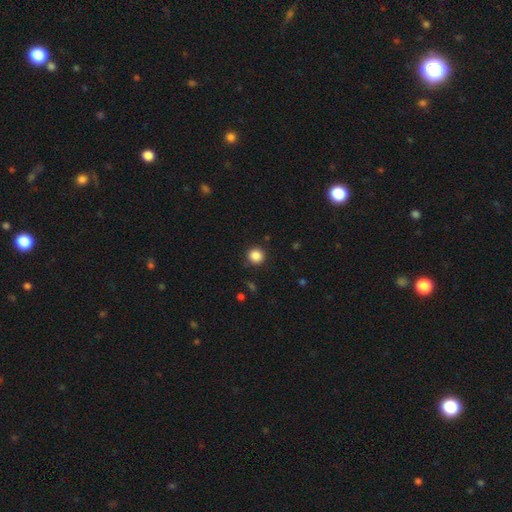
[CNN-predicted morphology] Smooth or featured? Predicted: smooth (p=0.86). How rounded? Predicted: round (p=0.94). Merging? Predicted: none (p=0.90).